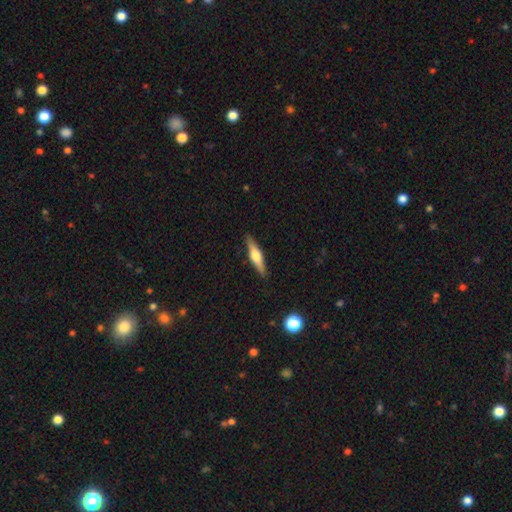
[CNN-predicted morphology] A featured or disk galaxy (56%) viewed edge-on (96%) with a rounded central bulge (91%). Merging: none (90%).